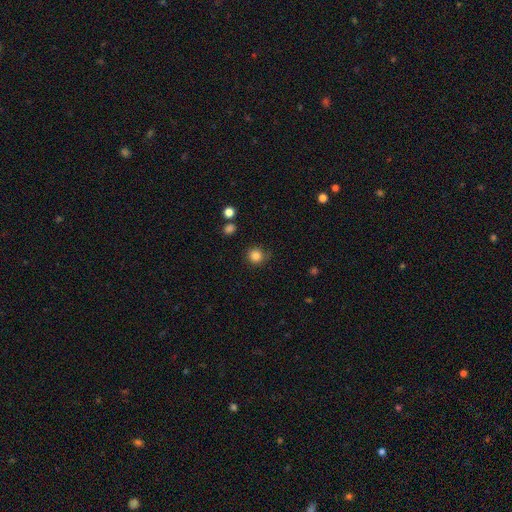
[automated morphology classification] smooth 84%, star or artifact 12%, featured or disk 5%. Down the decision tree: how rounded — round (92%); merging — none (81%).